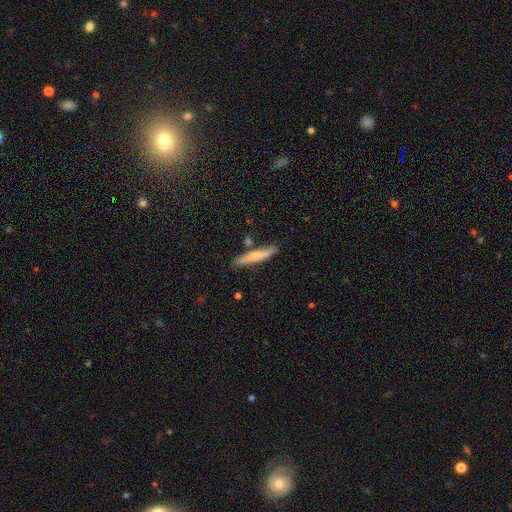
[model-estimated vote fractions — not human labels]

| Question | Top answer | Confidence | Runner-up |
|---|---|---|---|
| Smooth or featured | smooth | 66% | featured or disk (28%) |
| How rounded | cigar-shaped | 90% | in between (9%) |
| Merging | none | 75% | minor disturbance (15%) |